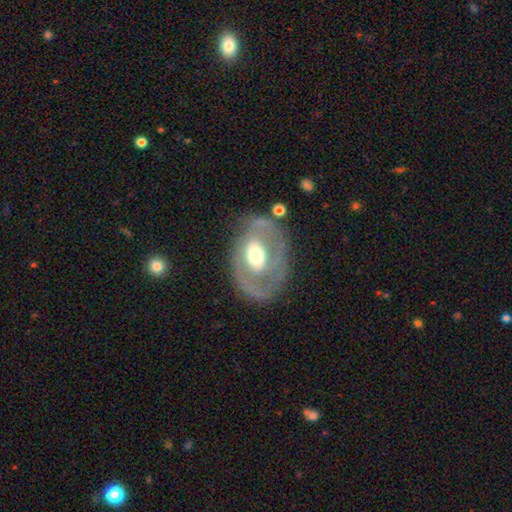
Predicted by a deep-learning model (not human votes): smooth_or_featured: featured or disk (p=0.67) [alt: smooth p=0.27]
disk_edge_on: no (p=0.94) [alt: yes p=0.06]
bar: no (p=0.57) [alt: weak p=0.28]
has_spiral_arms: no (p=0.60) [alt: yes p=0.40]
bulge_size: moderate (p=0.63) [alt: large p=0.25]
merging: none (p=0.65) [alt: minor disturbance p=0.19]